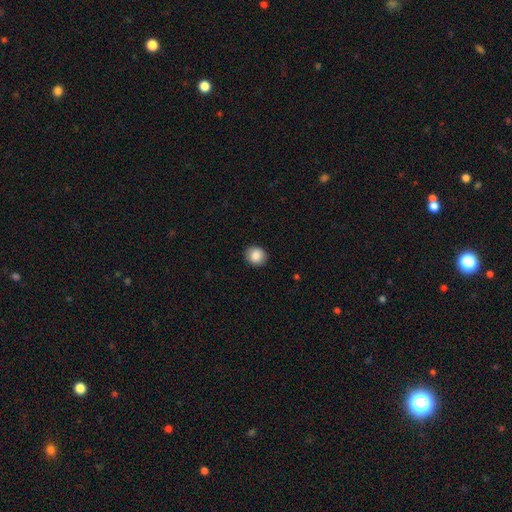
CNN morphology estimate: This appears to be a smooth galaxy with no disk features (87%) that is round (81%). Merging: none (90%).